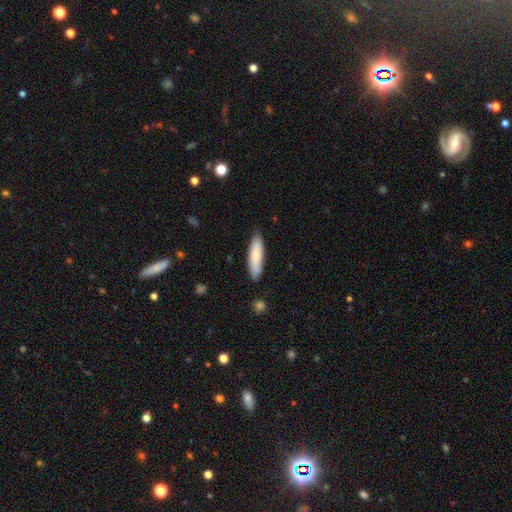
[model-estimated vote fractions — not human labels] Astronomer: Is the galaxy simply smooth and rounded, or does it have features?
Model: smooth — 81%.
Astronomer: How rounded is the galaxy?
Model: cigar-shaped — 69%.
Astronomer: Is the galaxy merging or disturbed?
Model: none — 84%.